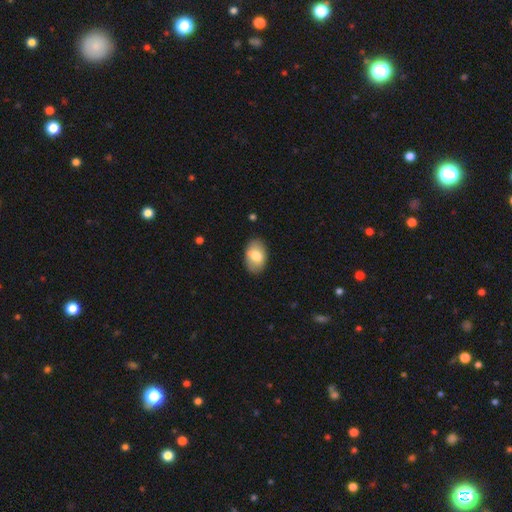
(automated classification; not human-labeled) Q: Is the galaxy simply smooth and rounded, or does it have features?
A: smooth — 73%.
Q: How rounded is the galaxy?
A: in between — 89%.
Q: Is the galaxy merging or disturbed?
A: none — 84%.